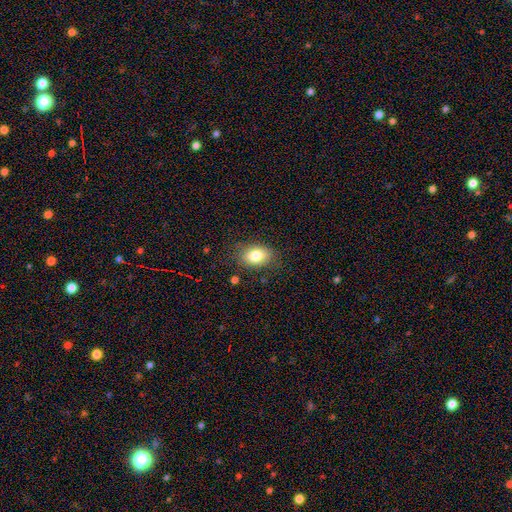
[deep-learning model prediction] Overall: smooth (81%). How rounded: in between (83%). Merging: none (80%).